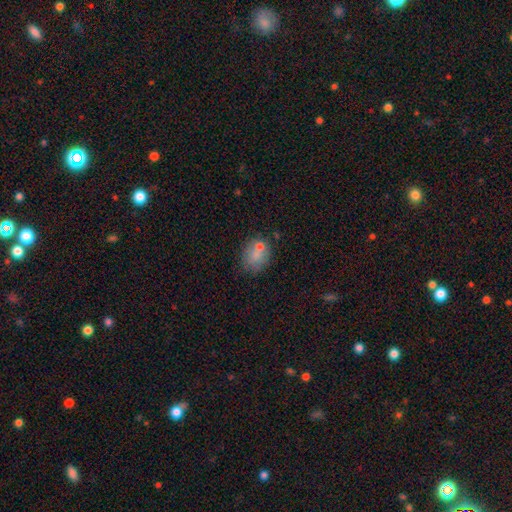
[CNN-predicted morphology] A smooth galaxy with no disk features (70%) that is round (50%).

Vote fractions:
- Smooth or featured? smooth: 70% / featured or disk: 19% / star or artifact: 11%
- How rounded? round: 50% / in between: 49% / cigar-shaped: 1%
- Merging? none: 52% / merger: 21% / minor disturbance: 19% / major disturbance: 8%